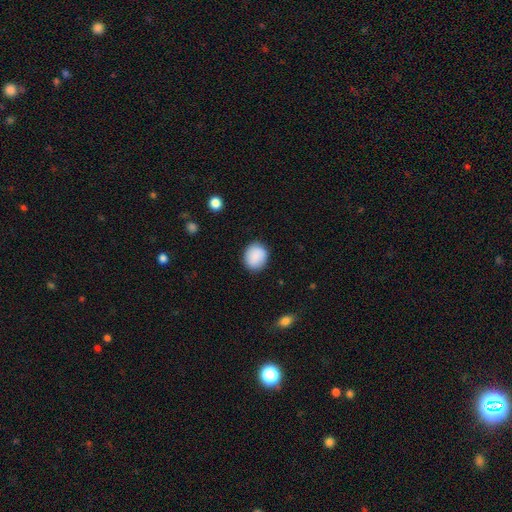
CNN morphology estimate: A smooth galaxy with no disk features (89%) that is round (70%). Merging: none (86%).